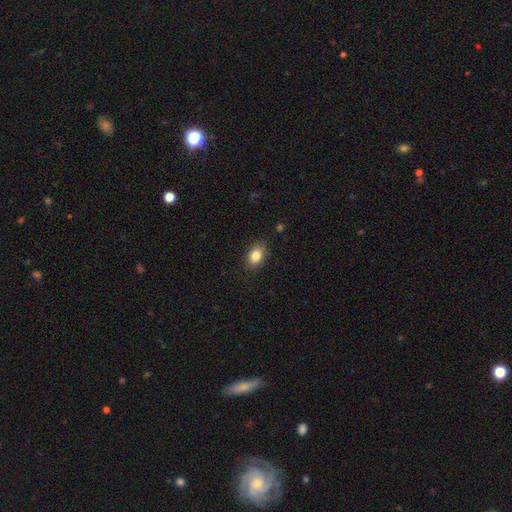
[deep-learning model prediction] A smooth galaxy with no disk features (83%) that is in between round and cigar-shaped (78%). Merging: none (84%).